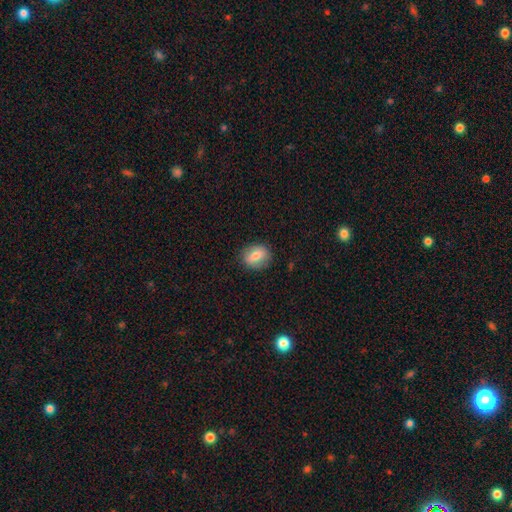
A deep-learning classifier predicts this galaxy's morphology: Overall: smooth (71%). How rounded: round (57%; in between 42%). Merging: none (85%).